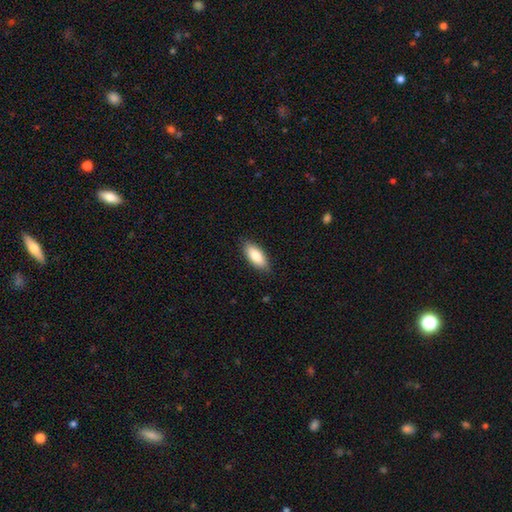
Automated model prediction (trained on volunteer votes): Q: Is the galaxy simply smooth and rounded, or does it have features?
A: smooth — 84%.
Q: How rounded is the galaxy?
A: in between — 81%.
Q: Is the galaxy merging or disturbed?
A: none — 86%.